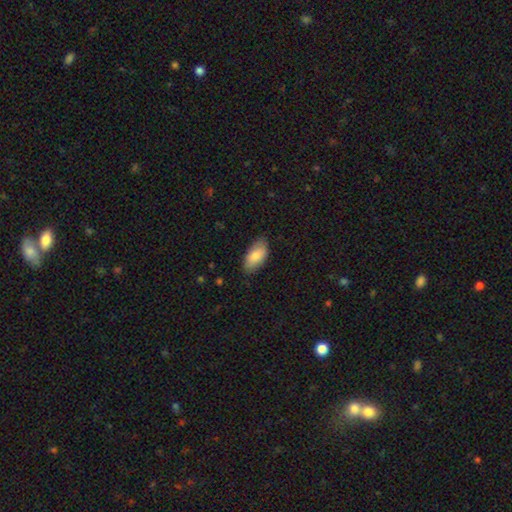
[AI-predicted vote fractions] smooth_or_featured: smooth (p=0.81) [alt: featured or disk p=0.13]
how_rounded: in between (p=0.92) [alt: cigar-shaped p=0.06]
merging: none (p=0.77) [alt: minor disturbance p=0.18]